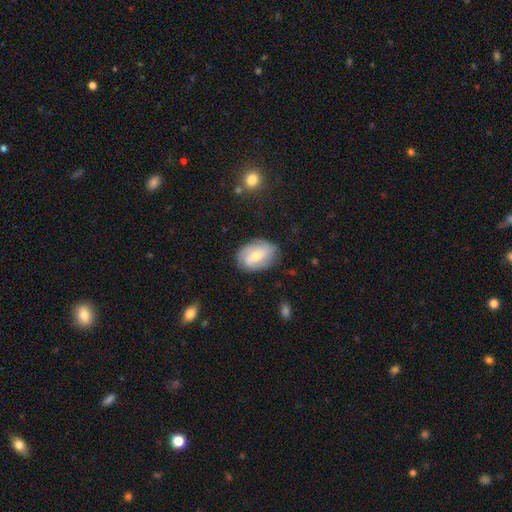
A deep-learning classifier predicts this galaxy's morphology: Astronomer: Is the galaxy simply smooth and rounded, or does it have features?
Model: featured or disk — 51% (runner-up: smooth, 42%).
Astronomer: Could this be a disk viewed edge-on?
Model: no — 95%.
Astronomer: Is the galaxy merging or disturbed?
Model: none — 76%.